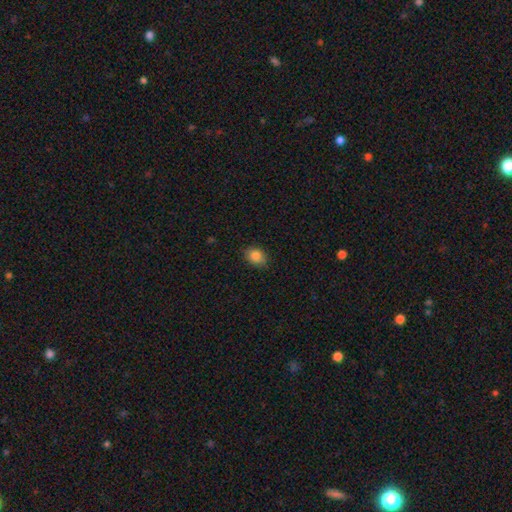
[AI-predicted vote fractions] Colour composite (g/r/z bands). It shows a smooth galaxy with no disk features (84%) that is in between round and cigar-shaped (55%). Merging: none (86%).